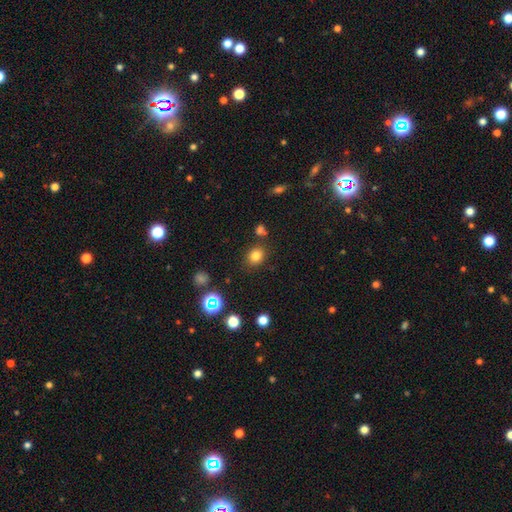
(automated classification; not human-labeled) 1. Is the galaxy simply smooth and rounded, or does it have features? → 79% smooth, 14% star or artifact, 6% featured or disk.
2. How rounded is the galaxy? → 63% round, 36% in between, 1% cigar-shaped.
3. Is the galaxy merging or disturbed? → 81% none, 10% minor disturbance, 6% merger, 3% major disturbance.